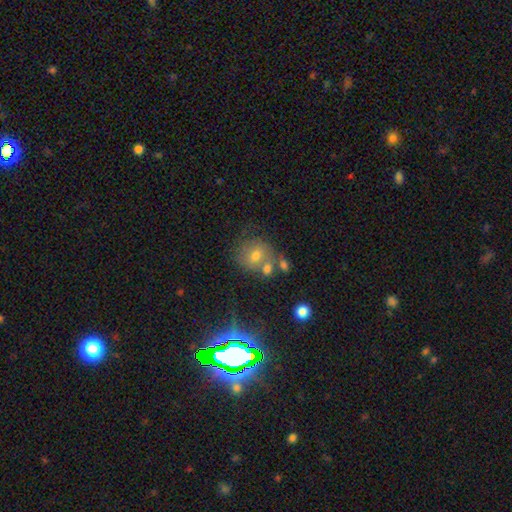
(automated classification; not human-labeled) Morphology: type=smooth (49%); merging=none (54%).